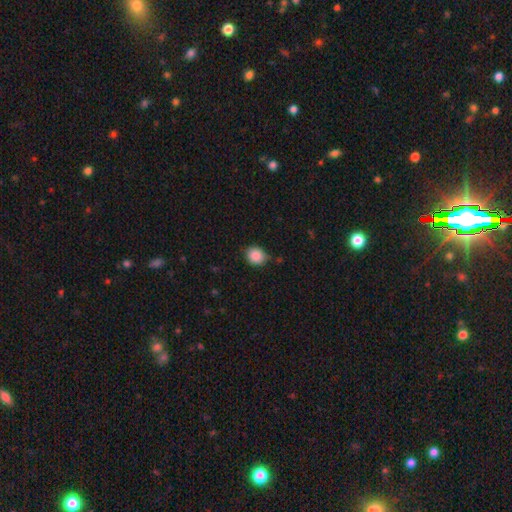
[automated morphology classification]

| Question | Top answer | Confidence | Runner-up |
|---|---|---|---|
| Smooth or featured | smooth | 88% | star or artifact (9%) |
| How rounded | round | 75% | in between (24%) |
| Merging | none | 77% | minor disturbance (17%) |